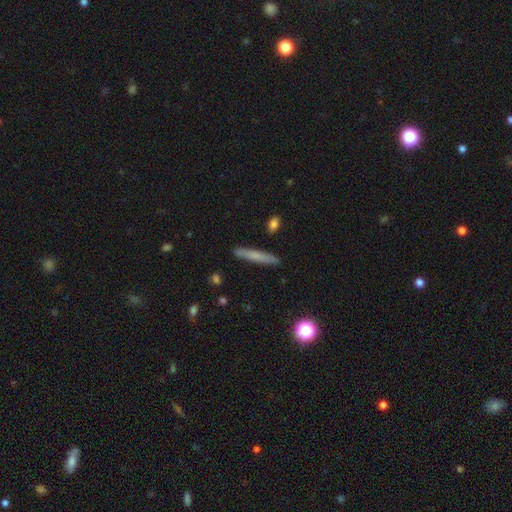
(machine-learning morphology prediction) Smooth or featured?
  - smooth: 66% *
  - featured or disk: 26%
  - star or artifact: 8%
How rounded?
  - cigar-shaped: 93% *
  - in between: 5%
  - round: 2%
Merging?
  - none: 88% *
  - minor disturbance: 9%
  - major disturbance: 2%
  - merger: 2%